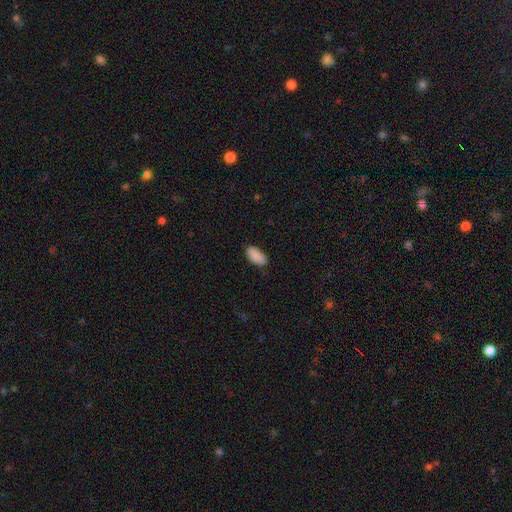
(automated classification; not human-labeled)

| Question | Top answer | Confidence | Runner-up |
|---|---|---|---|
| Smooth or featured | smooth | 90% | star or artifact (7%) |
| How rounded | in between | 94% | cigar-shaped (4%) |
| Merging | none | 85% | minor disturbance (12%) |